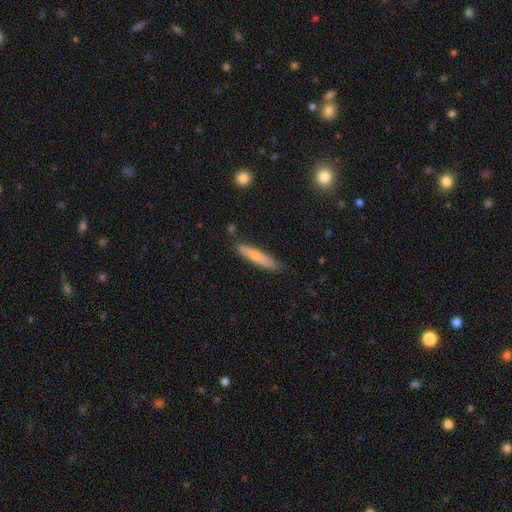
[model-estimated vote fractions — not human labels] This is possibly a smooth galaxy (47%). Merging: clearly none (83%).